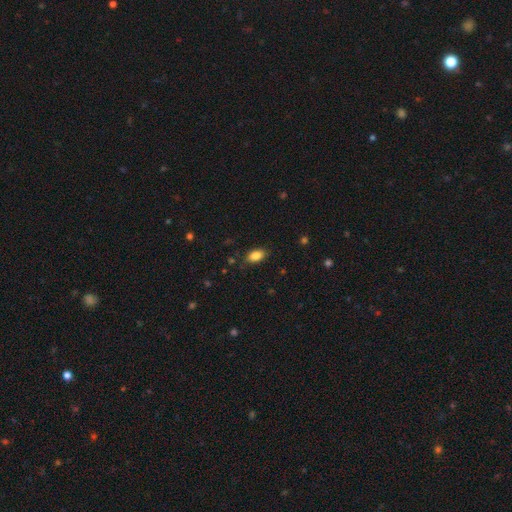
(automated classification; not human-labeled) smooth 85%, star or artifact 9%, featured or disk 6%. Down the decision tree: how rounded — in between (90%); merging — none (83%).